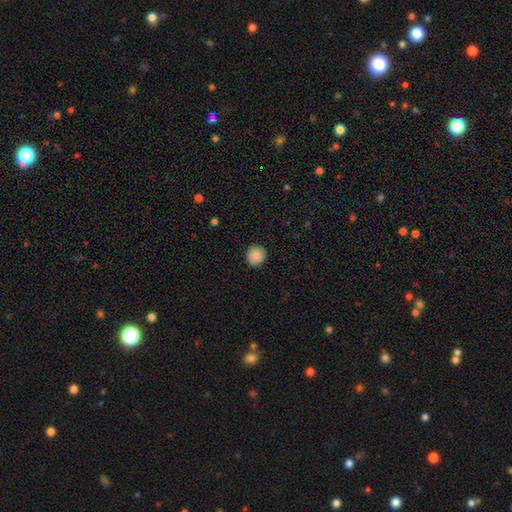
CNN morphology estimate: A smooth galaxy with no disk features (87%) that is round (92%). Merging: none (90%).